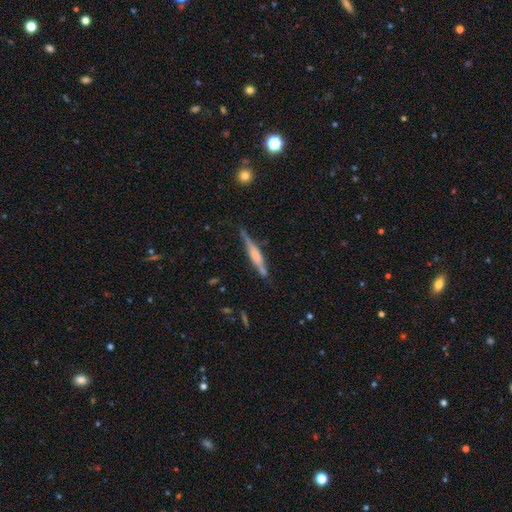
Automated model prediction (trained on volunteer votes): smooth_or_featured: featured or disk (p=0.61) [alt: smooth p=0.32]
disk_edge_on: yes (p=0.96) [alt: no p=0.04]
edge_on_bulge: boxy (p=0.44) [alt: rounded p=0.39]
merging: none (p=0.77) [alt: minor disturbance p=0.16]